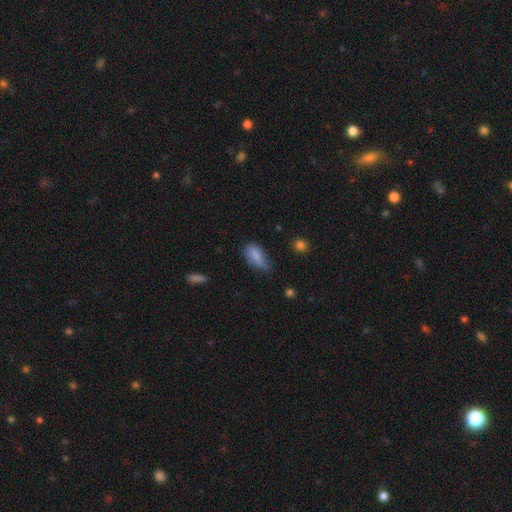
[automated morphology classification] Q: Smooth or featured?
A: smooth (79%); runner-up: featured or disk (13%)
Q: How rounded?
A: in between (84%); runner-up: cigar-shaped (12%)
Q: Merging?
A: none (45%); runner-up: minor disturbance (40%)